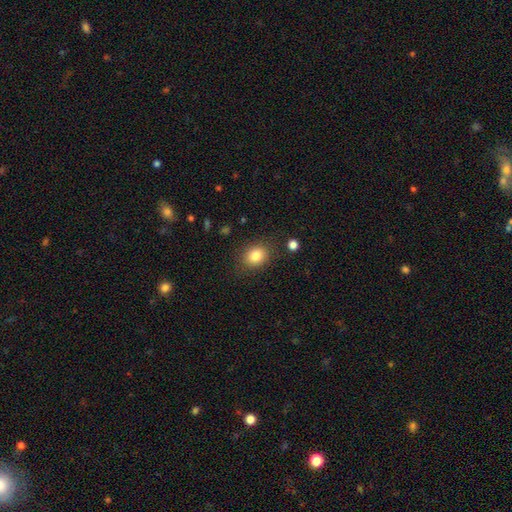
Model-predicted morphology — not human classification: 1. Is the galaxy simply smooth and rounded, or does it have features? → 83% smooth, 10% star or artifact, 7% featured or disk.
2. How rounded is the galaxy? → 51% round, 48% in between, 1% cigar-shaped.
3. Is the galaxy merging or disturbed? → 83% none, 11% minor disturbance, 4% major disturbance, 2% merger.